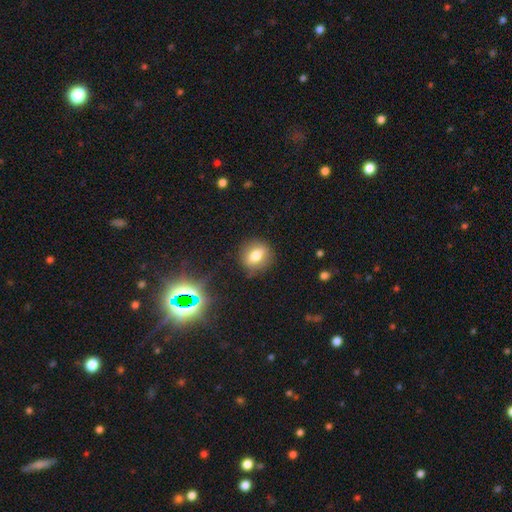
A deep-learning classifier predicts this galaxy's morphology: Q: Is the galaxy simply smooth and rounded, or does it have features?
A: smooth — 66%.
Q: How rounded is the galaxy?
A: round — 62%.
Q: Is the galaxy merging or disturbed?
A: none — 84%.